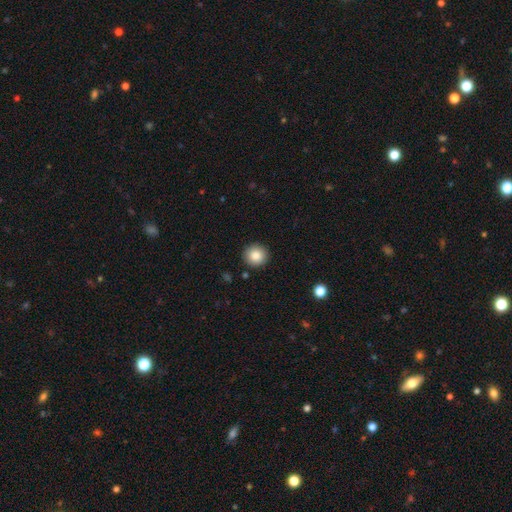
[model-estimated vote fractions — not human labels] The model was most divided on "smooth or featured": smooth: 86%, star or artifact: 9%, featured or disk: 5%. More confident: how rounded — round (93%); merging — none (91%).